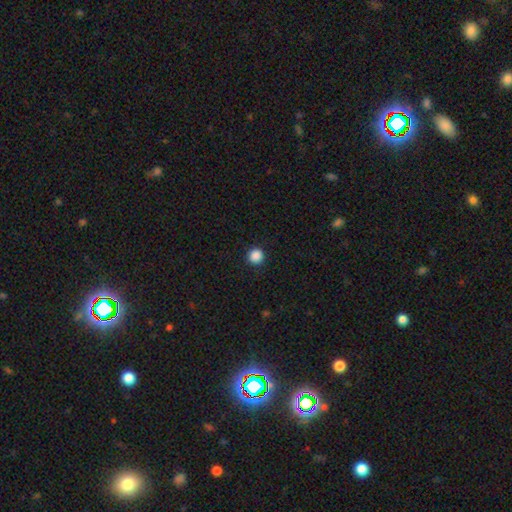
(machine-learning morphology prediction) smooth_or_featured: smooth (p=0.88) [alt: star or artifact p=0.10]
how_rounded: round (p=0.95) [alt: in between p=0.04]
merging: none (p=0.92) [alt: minor disturbance p=0.05]